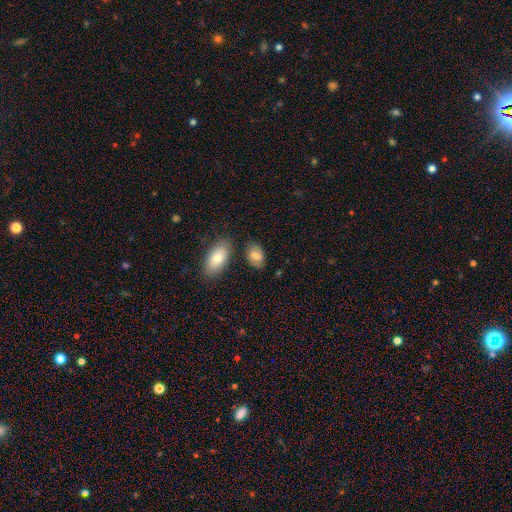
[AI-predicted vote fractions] smooth-or-featured: smooth: 79% | featured or disk: 14% | star or artifact: 8%
  how-rounded: in between: 88% | round: 10% | cigar-shaped: 2%
  merging: none: 75% | minor disturbance: 14% | merger: 7% | major disturbance: 4%